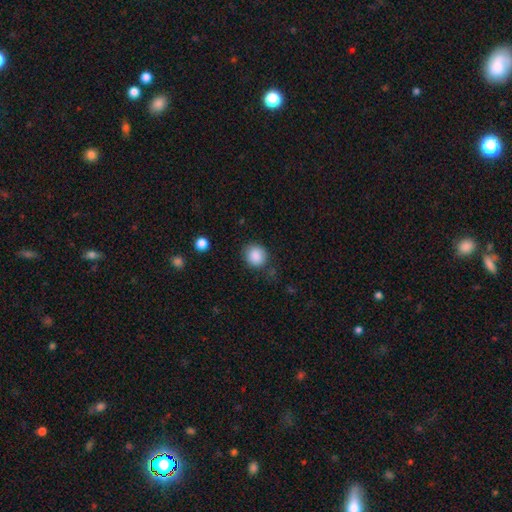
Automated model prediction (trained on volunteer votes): Smooth or featured? smooth (88%)
How rounded? round (81%)
Merging? none (77%)